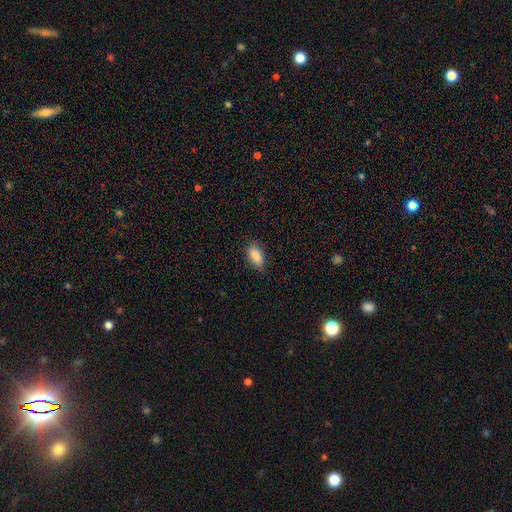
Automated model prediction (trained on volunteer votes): Q: Smooth or featured?
A: smooth (85%); runner-up: featured or disk (8%)
Q: How rounded?
A: in between (86%); runner-up: cigar-shaped (10%)
Q: Merging?
A: none (80%); runner-up: minor disturbance (16%)